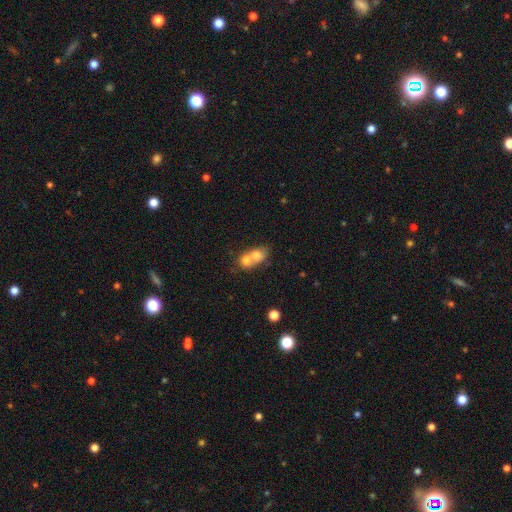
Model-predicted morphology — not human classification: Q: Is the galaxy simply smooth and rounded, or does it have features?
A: smooth — 71%.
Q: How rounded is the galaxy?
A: round — 54%.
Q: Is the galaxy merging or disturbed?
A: merger — 74%.